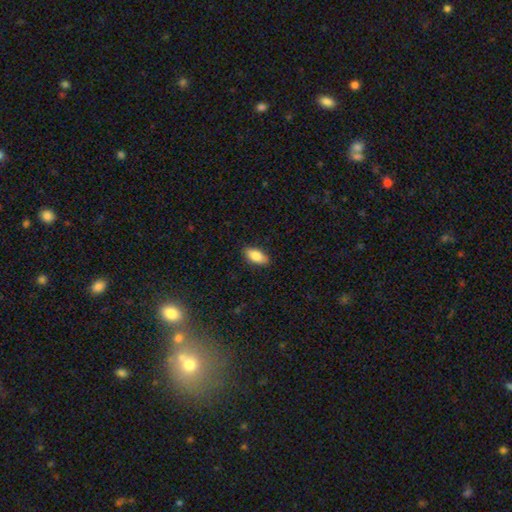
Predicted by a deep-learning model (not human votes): smooth-or-featured: smooth: 85% | featured or disk: 8% | star or artifact: 7%
  how-rounded: in between: 89% | cigar-shaped: 9% | round: 3%
  merging: none: 88% | minor disturbance: 9% | major disturbance: 2% | merger: 1%